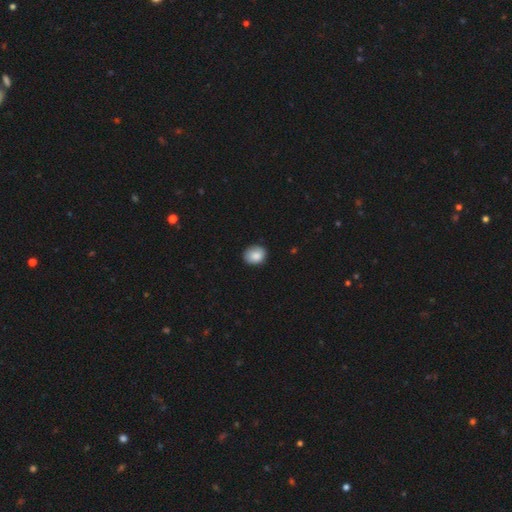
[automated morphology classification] The model was most divided on "how rounded": round: 59%, in between: 40%, cigar-shaped: 1%. More confident: smooth or featured — smooth (86%); merging — none (82%).